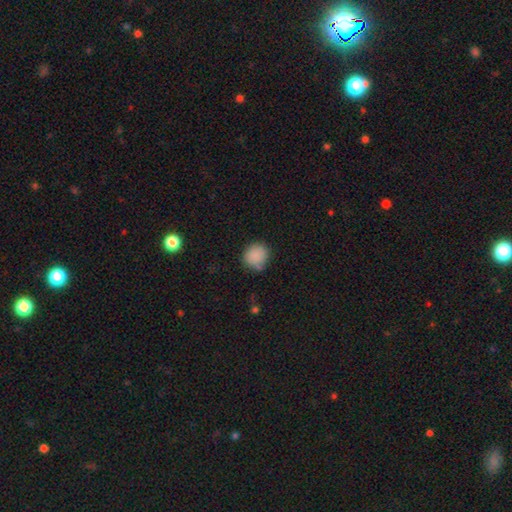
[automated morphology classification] This appears to be a smooth galaxy with no disk features (87%) that is round (82%). Merging: none (73%).